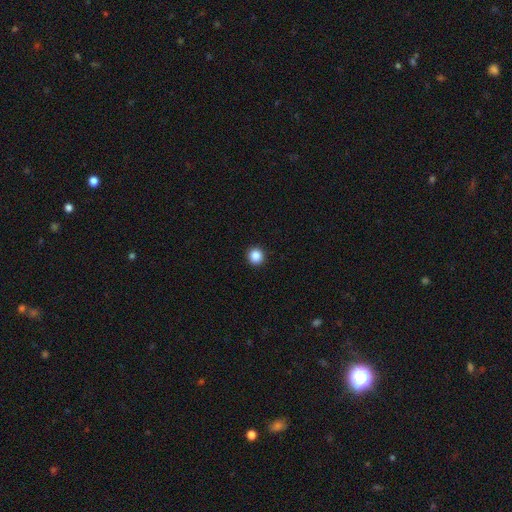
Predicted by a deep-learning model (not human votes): smooth_or_featured: smooth (p=0.87) [alt: star or artifact p=0.10]
how_rounded: round (p=0.94) [alt: in between p=0.05]
merging: none (p=0.93) [alt: minor disturbance p=0.04]